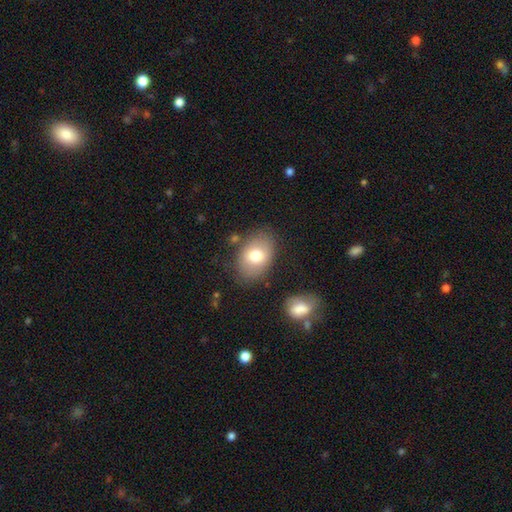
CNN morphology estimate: Overall: smooth (75%). How rounded: in between (79%). Merging: none (76%).